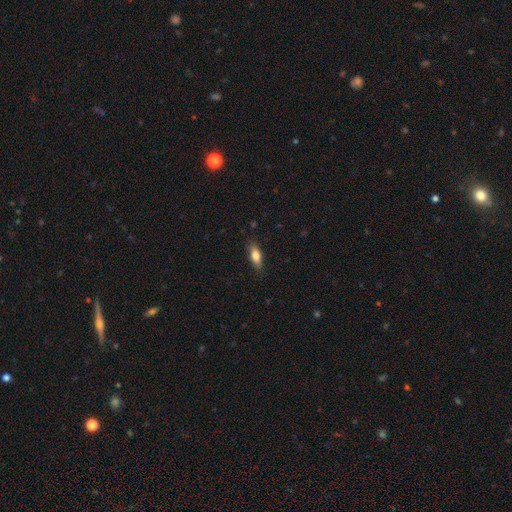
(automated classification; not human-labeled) A smooth galaxy with no disk features (77%) that is in between round and cigar-shaped (71%). Merging: none (83%).